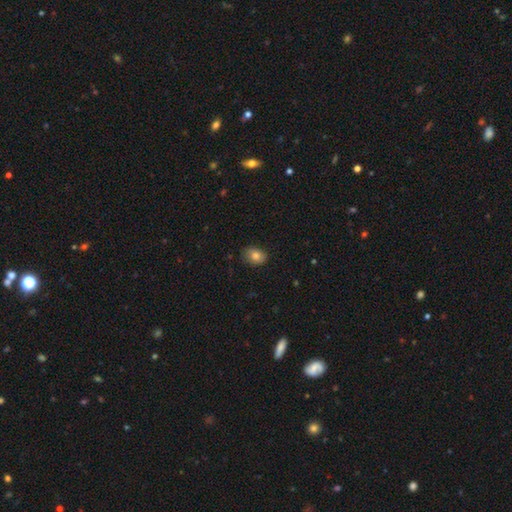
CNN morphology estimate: The model was most divided on "how rounded": in between: 68%, round: 31%, cigar-shaped: 1%. More confident: merging — none (83%); smooth or featured — smooth (81%).